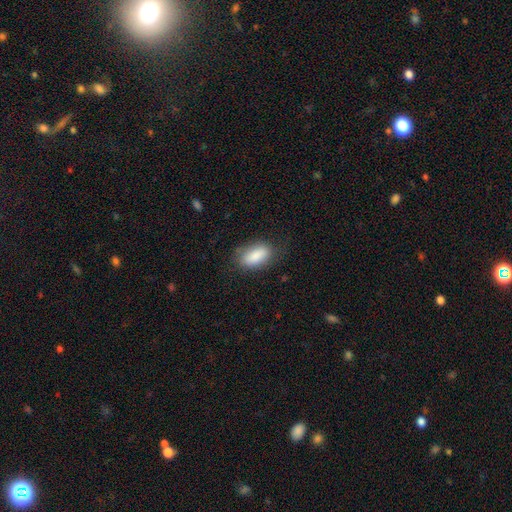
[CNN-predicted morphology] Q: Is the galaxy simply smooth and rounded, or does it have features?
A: smooth — 86%.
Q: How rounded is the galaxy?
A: in between — 89%.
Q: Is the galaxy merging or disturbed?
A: none — 74%.